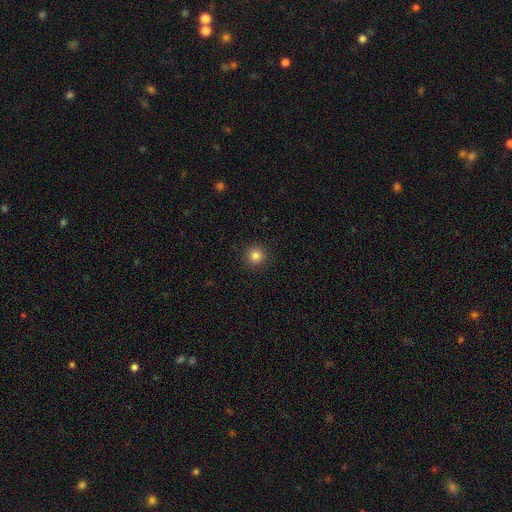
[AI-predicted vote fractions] The model was most divided on "smooth or featured": smooth: 83%, star or artifact: 12%, featured or disk: 5%. More confident: how rounded — round (95%); merging — none (91%).